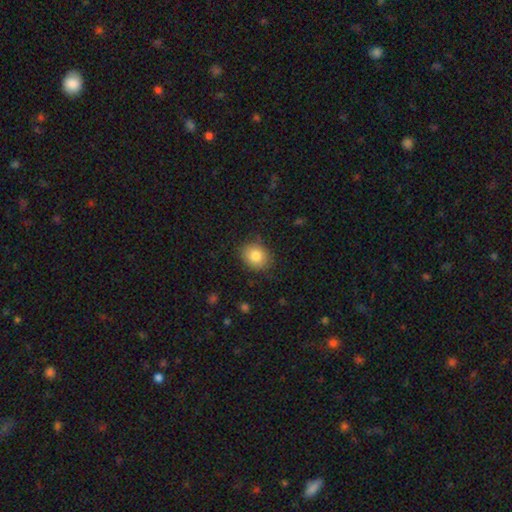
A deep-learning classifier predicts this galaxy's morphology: Smooth or featured: smooth — 82% (star or artifact — 9%)
How rounded: round — 59% (in between — 40%)
Merging: none — 83% (minor disturbance — 13%)